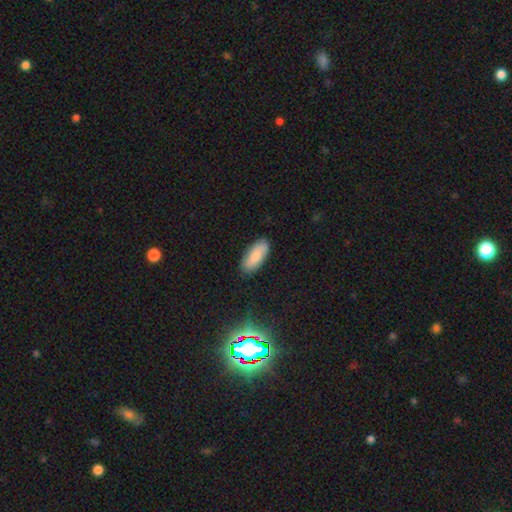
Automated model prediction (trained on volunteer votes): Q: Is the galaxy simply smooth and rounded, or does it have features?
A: smooth — 80%.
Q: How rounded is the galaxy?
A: in between — 84%.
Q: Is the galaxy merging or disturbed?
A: none — 85%.